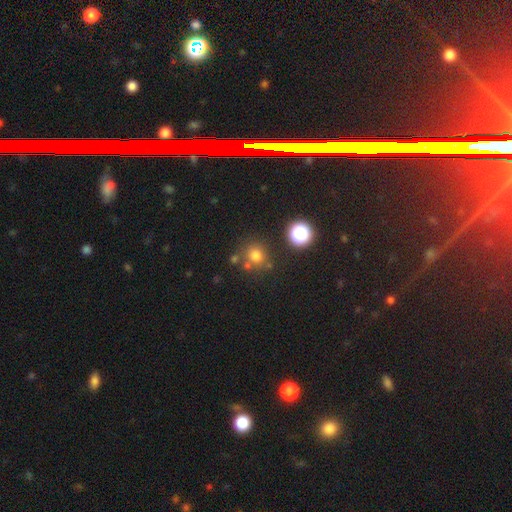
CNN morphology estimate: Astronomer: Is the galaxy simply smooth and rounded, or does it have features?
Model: smooth — 72%.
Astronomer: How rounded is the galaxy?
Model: round — 88%.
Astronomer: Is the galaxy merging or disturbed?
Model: none — 75%.